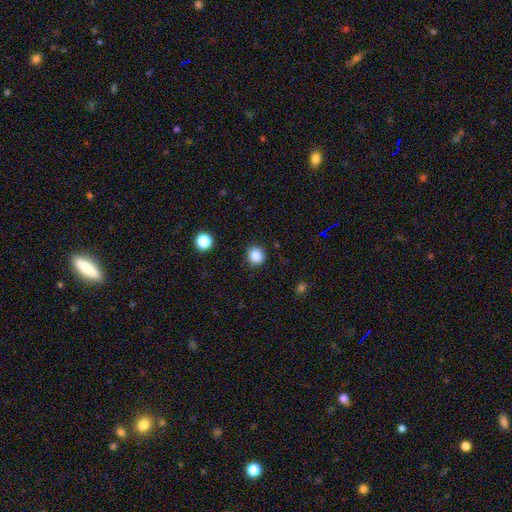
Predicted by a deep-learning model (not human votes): This appears to be a smooth galaxy with no disk features (86%) that is round (87%). Merging: none (89%).